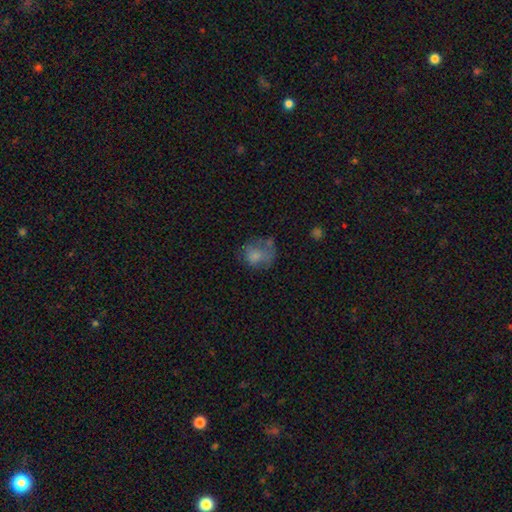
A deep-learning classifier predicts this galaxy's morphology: The model was most divided on "merging": none: 41%, minor disturbance: 27%, major disturbance: 27%, merger: 6%. More confident: how rounded — round (67%); smooth or featured — smooth (66%).